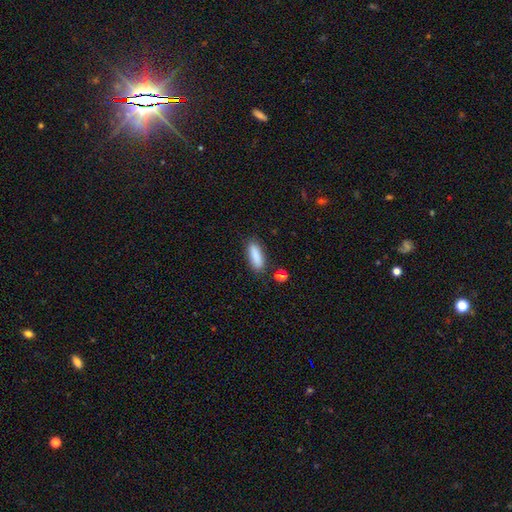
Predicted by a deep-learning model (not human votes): The model was most divided on "how rounded": in between: 57%, cigar-shaped: 41%, round: 2%. More confident: smooth or featured — smooth (87%); merging — none (82%).